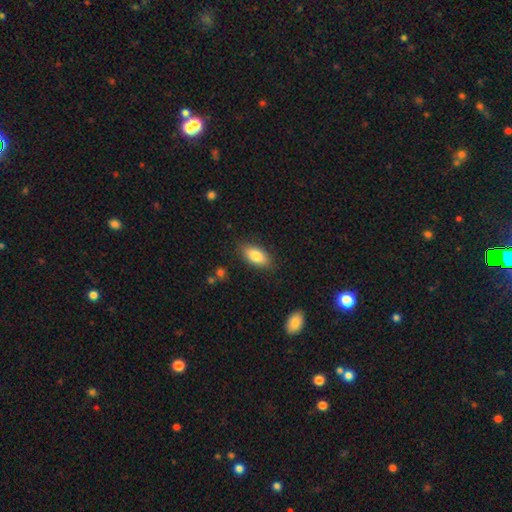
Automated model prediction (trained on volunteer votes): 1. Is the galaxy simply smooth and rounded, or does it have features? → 83% smooth, 10% featured or disk, 7% star or artifact.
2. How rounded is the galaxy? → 88% in between, 9% cigar-shaped, 3% round.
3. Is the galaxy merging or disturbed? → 84% none, 12% minor disturbance, 3% major disturbance, 1% merger.